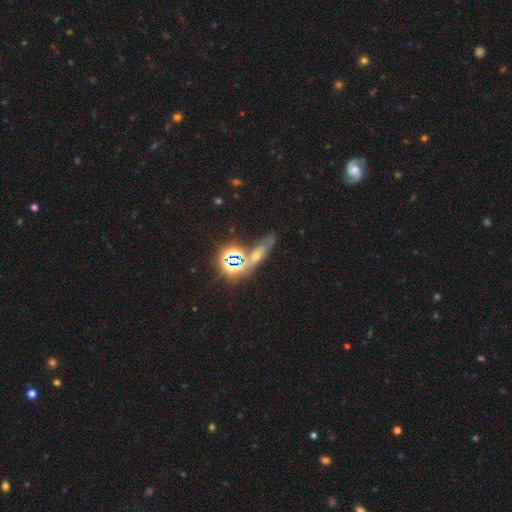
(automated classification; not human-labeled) A star or artifact, not a galaxy (53%).

Vote fractions:
- Smooth or featured? star or artifact: 53% / smooth: 26% / featured or disk: 21%